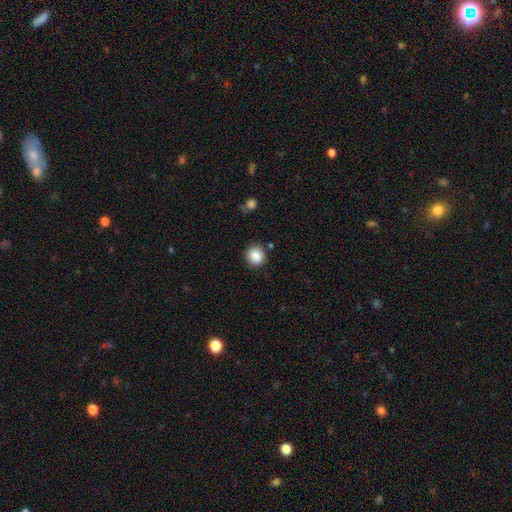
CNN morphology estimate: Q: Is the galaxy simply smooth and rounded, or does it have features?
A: smooth — 87%.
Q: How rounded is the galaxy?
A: round — 85%.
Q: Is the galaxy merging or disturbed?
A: none — 87%.